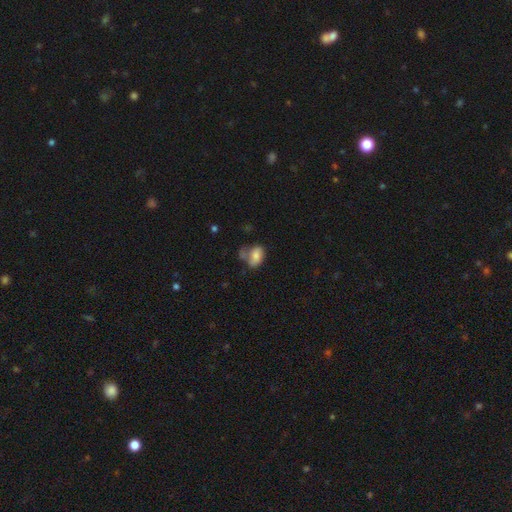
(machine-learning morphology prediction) Overall: smooth (70%). How rounded: in between (83%). Merging: none (32%; minor disturbance 25%).